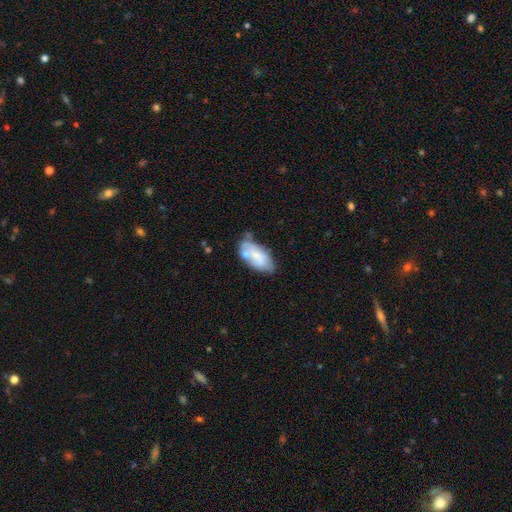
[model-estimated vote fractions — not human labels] A smooth galaxy with no disk features (56%) that is in between round and cigar-shaped (93%).

Vote fractions:
- Smooth or featured? smooth: 56% / featured or disk: 37% / star or artifact: 7%
- How rounded? in between: 93% / cigar-shaped: 4% / round: 3%
- Merging? none: 39% / minor disturbance: 30% / merger: 19% / major disturbance: 12%